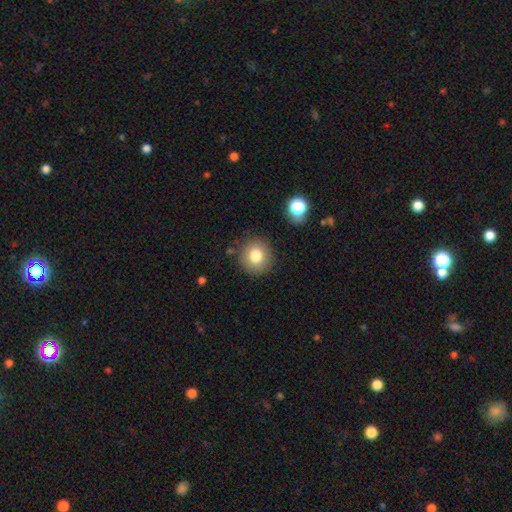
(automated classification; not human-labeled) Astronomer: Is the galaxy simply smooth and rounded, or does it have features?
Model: smooth — 80%.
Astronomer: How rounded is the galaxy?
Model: round — 91%.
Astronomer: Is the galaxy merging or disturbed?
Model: none — 87%.